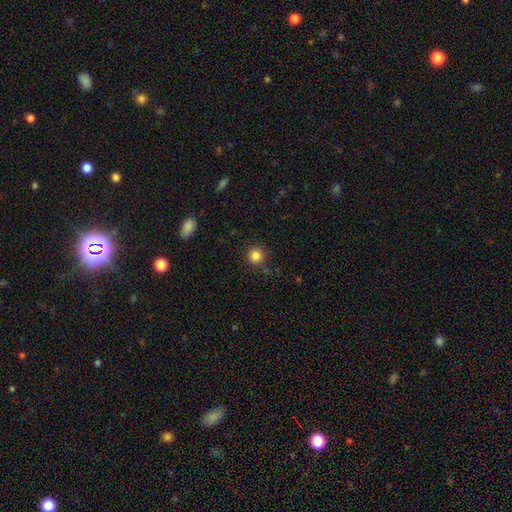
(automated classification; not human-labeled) Q: Smooth or featured?
A: smooth (84%); runner-up: star or artifact (12%)
Q: How rounded?
A: round (94%); runner-up: in between (5%)
Q: Merging?
A: none (87%); runner-up: minor disturbance (8%)